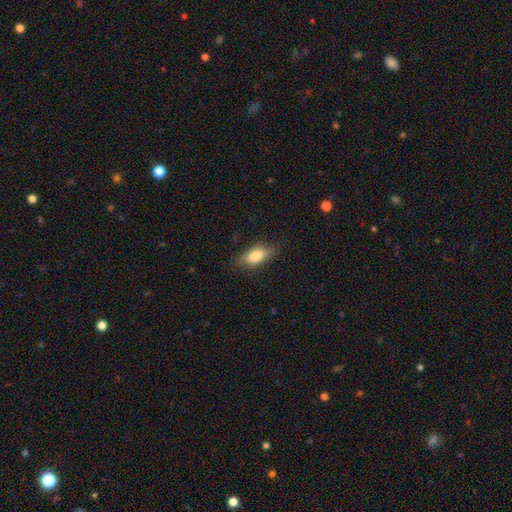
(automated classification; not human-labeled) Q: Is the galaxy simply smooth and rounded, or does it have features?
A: smooth — 82%.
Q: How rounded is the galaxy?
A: in between — 83%.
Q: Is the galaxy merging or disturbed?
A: none — 76%.